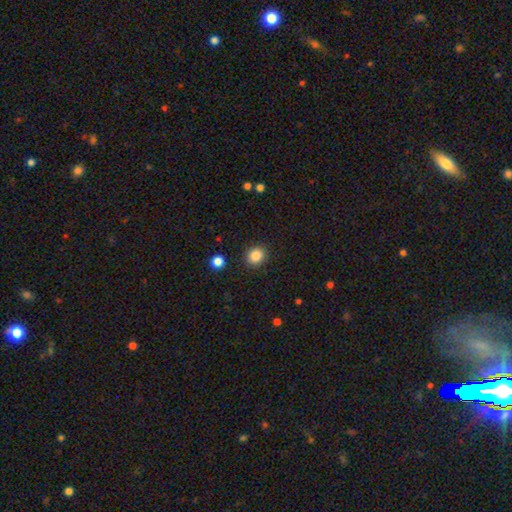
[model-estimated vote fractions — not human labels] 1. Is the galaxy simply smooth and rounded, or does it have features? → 86% smooth, 10% star or artifact, 4% featured or disk.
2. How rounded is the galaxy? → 74% round, 26% in between, 1% cigar-shaped.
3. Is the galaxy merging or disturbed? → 90% none, 7% minor disturbance, 2% major disturbance, 2% merger.